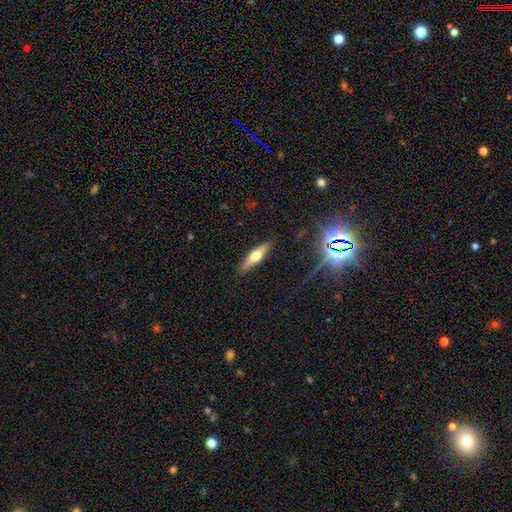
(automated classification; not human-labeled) Smooth or featured? Predicted: smooth (p=0.50). How rounded? Predicted: cigar-shaped (p=0.74). Merging? Predicted: none (p=0.88).